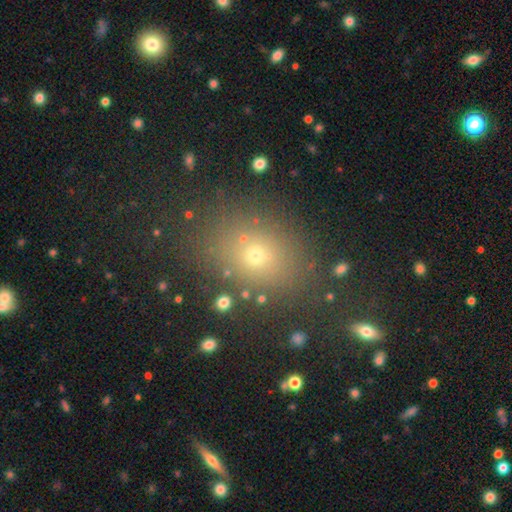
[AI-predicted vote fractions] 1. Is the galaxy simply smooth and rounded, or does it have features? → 63% smooth, 23% star or artifact, 14% featured or disk.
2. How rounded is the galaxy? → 53% in between, 46% round, 2% cigar-shaped.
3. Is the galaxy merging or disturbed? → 79% none, 11% minor disturbance, 5% major disturbance, 5% merger.